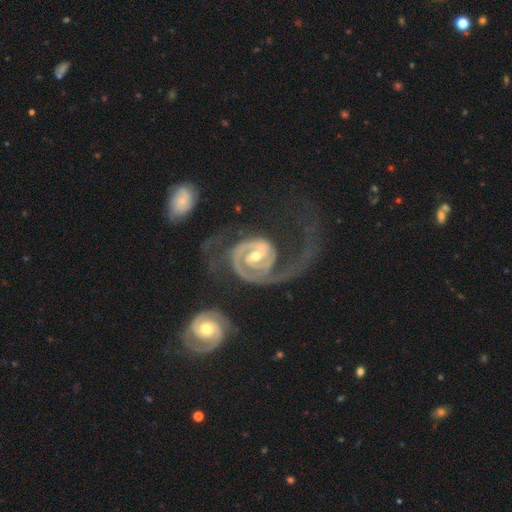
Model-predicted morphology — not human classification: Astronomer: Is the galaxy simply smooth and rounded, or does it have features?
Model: featured or disk — 92%.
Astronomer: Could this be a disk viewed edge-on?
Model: no — 98%.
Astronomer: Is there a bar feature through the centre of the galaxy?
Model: weak — 44% (runner-up: no, 28%).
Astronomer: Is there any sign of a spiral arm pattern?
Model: yes — 97%.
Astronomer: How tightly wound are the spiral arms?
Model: tight — 46% (runner-up: medium, 37%).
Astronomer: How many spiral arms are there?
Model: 2 — 72%.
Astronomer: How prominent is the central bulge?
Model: moderate — 57% (runner-up: small, 37%).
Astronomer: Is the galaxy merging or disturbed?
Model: major disturbance — 42% (runner-up: none, 33%).